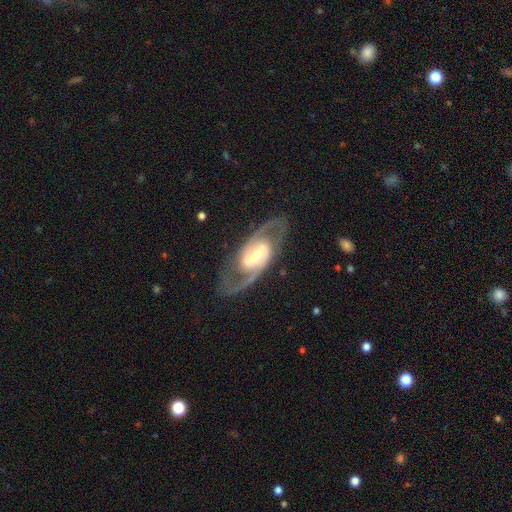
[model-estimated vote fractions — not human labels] Smooth or featured?
  - featured or disk: 91% *
  - smooth: 5%
  - star or artifact: 4%
Edge-on disk?
  - no: 96% *
  - yes: 4%
Bar?
  - strong: 44% *
  - weak: 40%
  - no: 17%
Spiral arms?
  - yes: 97% *
  - no: 3%
Spiral winding?
  - medium: 58% *
  - tight: 22%
  - loose: 19%
Spiral arm count?
  - 2: 93% *
  - can't tell: 3%
  - 1: 1%
  - 3: 1%
  - 4: 1%
  - more than 4: 1%
Bulge size?
  - moderate: 53% *
  - small: 34%
  - large: 10%
  - none: 2%
  - dominant: 1%
Merging?
  - none: 81% *
  - minor disturbance: 11%
  - major disturbance: 7%
  - merger: 1%